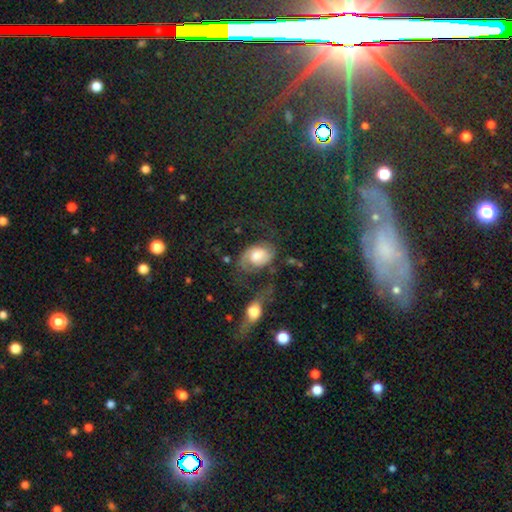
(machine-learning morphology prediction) This is likely a featured or disk galaxy (65%). It is clearly not viewed edge-on (96%). Bar: likely no (66%). Spiral arm pattern: clearly yes (87%). Spiral arm count: likely 2 (78%). Spiral winding: marginally medium (42%). Central bulge: possibly moderate (47%). Merging: possibly none (47%).